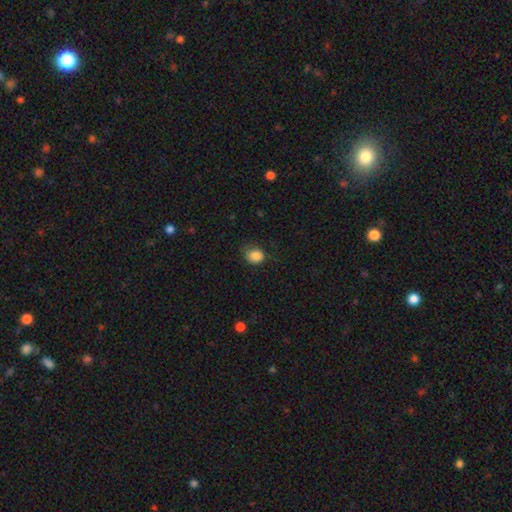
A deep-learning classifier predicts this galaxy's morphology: This appears to be a smooth galaxy with no disk features (86%) that is round (65%). Merging: none (60%).